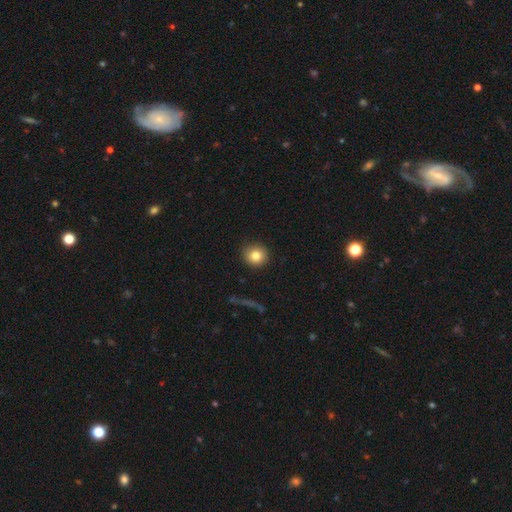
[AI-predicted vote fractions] smooth_or_featured: smooth (p=0.83) [alt: star or artifact p=0.09]
how_rounded: round (p=0.91) [alt: in between p=0.08]
merging: none (p=0.90) [alt: minor disturbance p=0.07]